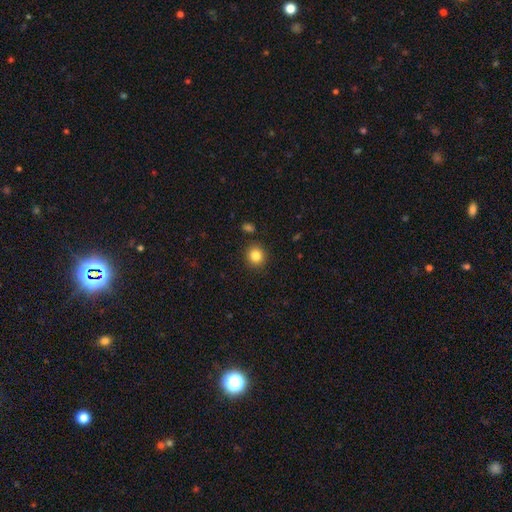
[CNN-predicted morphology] Smooth or featured? smooth (84%)
How rounded? round (87%)
Merging? none (88%)